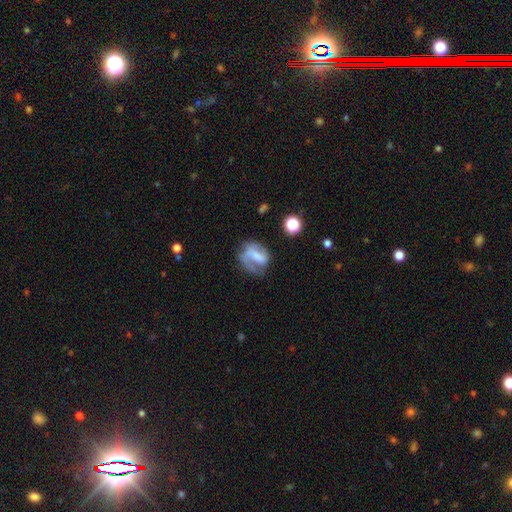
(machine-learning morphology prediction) smooth_or_featured: featured or disk (p=0.57) [alt: smooth p=0.34]
disk_edge_on: no (p=0.96) [alt: yes p=0.04]
bar: weak (p=0.38) [alt: strong p=0.34]
has_spiral_arms: yes (p=0.73) [alt: no p=0.27]
bulge_size: none (p=0.39) [alt: small p=0.27]
merging: none (p=0.47) [alt: major disturbance p=0.25]